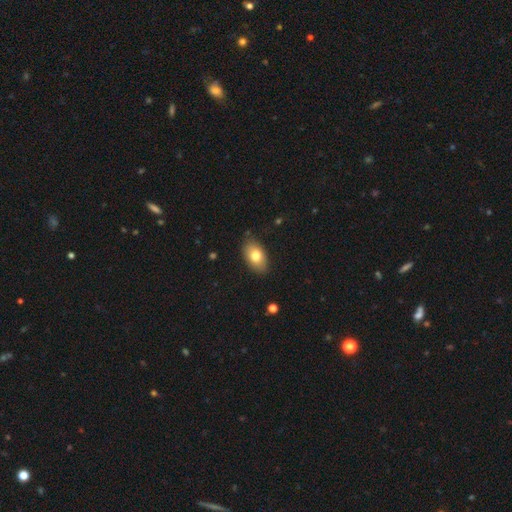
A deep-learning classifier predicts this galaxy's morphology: smooth 77%, featured or disk 16%, star or artifact 7%. Down the decision tree: how rounded — in between (91%); merging — none (83%).